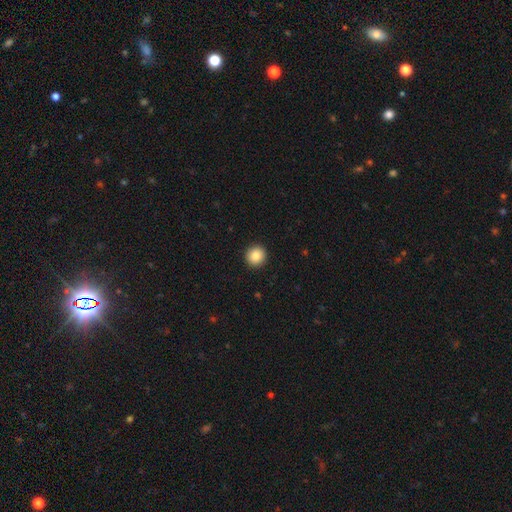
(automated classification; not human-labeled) smooth-or-featured: smooth: 86% | star or artifact: 9% | featured or disk: 5%
  how-rounded: round: 93% | in between: 6% | cigar-shaped: 1%
  merging: none: 93% | minor disturbance: 4% | major disturbance: 1% | merger: 1%